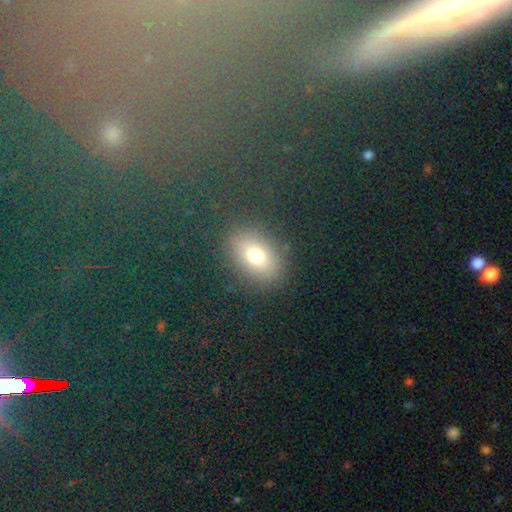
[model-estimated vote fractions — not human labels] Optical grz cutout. It shows a smooth galaxy with no disk features (74%) that is in between round and cigar-shaped (79%). Merging: none (83%).